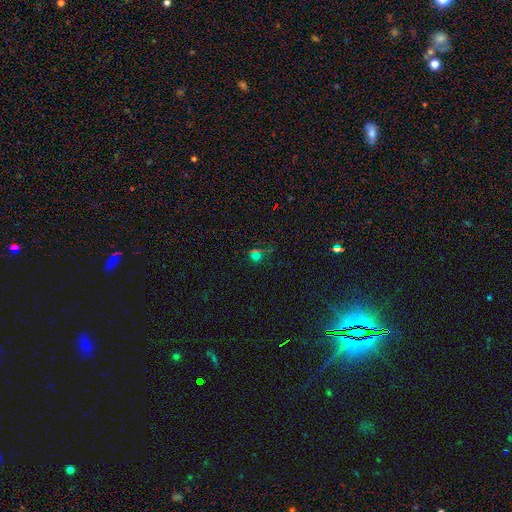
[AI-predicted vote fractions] A star or artifact, not a galaxy (48%).